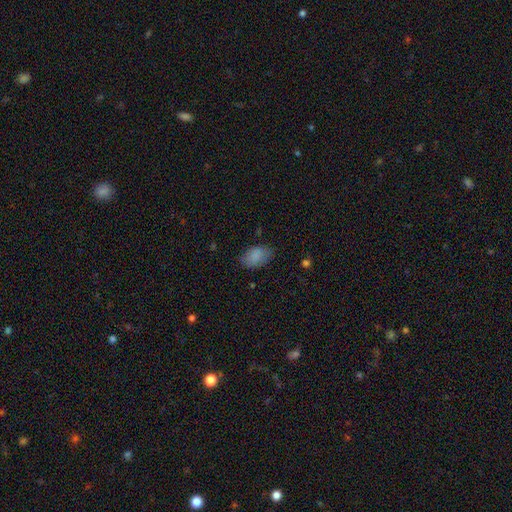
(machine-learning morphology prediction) This is clearly a smooth galaxy (86%). How rounded: clearly in between (90%). Merging: likely none (74%).